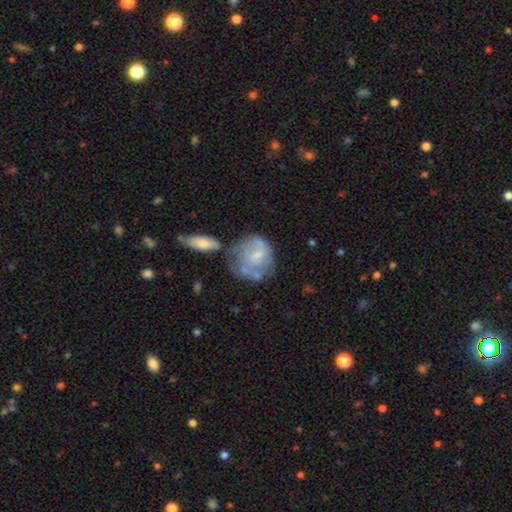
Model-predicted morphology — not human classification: This is possibly a featured or disk galaxy (49%). Merging: marginally none (38%).